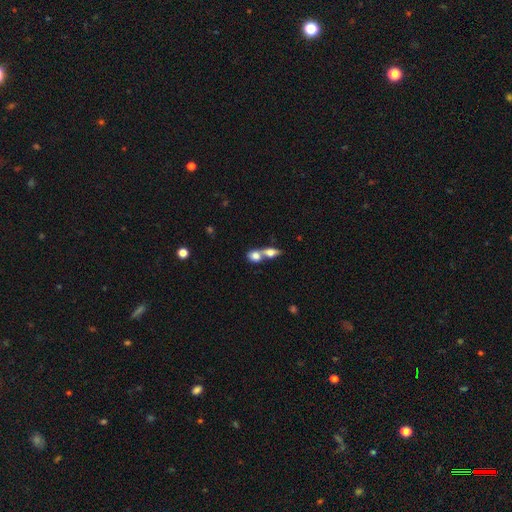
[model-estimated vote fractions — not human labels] A smooth galaxy with no disk features (73%) that is in between round and cigar-shaped (50%).

Vote fractions:
- Smooth or featured? smooth: 73% / featured or disk: 19% / star or artifact: 9%
- How rounded? in between: 50% / round: 42% / cigar-shaped: 7%
- Merging? merger: 70% / none: 21% / minor disturbance: 6% / major disturbance: 4%